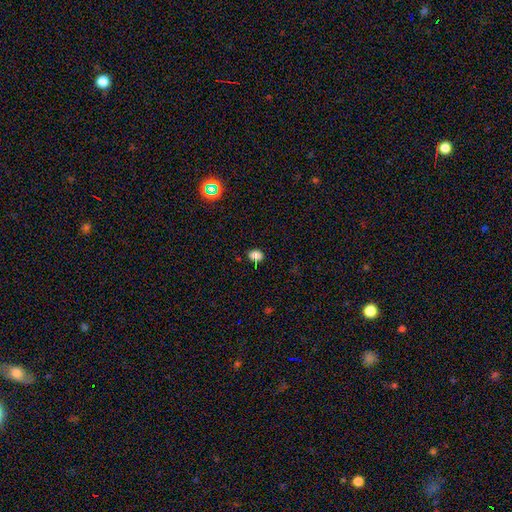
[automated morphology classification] A smooth galaxy with no disk features (83%) that is in between round and cigar-shaped (57%). Merging: none (82%).